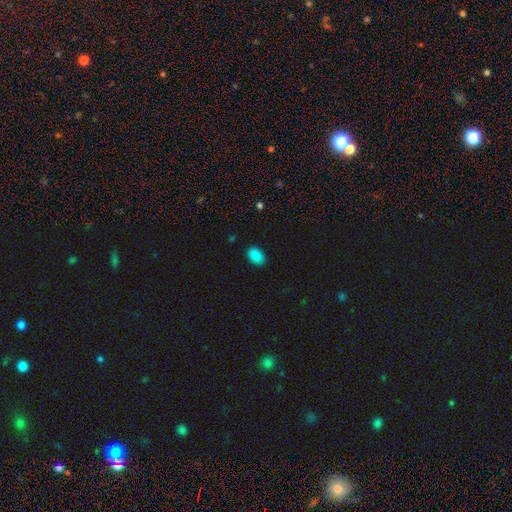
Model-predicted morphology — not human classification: A smooth galaxy with no disk features (88%) that is in between round and cigar-shaped (87%). Merging: none (88%).